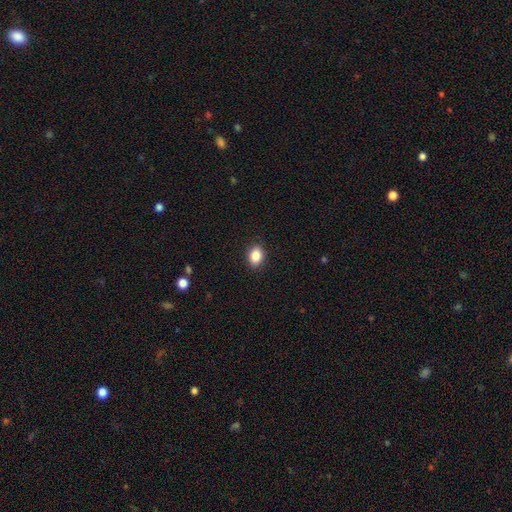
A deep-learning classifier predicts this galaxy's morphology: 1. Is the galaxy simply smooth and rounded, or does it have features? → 87% smooth, 8% star or artifact, 4% featured or disk.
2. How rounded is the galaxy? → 74% in between, 25% round, 1% cigar-shaped.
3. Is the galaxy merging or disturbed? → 89% none, 8% minor disturbance, 2% major disturbance, 1% merger.